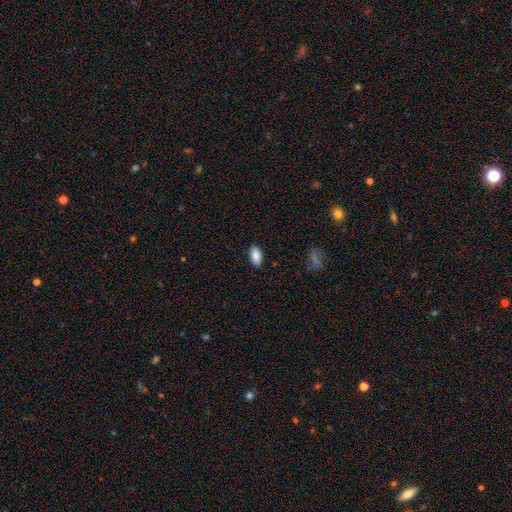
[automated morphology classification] Q: Smooth or featured?
A: smooth (87%); runner-up: star or artifact (7%)
Q: How rounded?
A: in between (93%); runner-up: cigar-shaped (4%)
Q: Merging?
A: none (87%); runner-up: minor disturbance (9%)